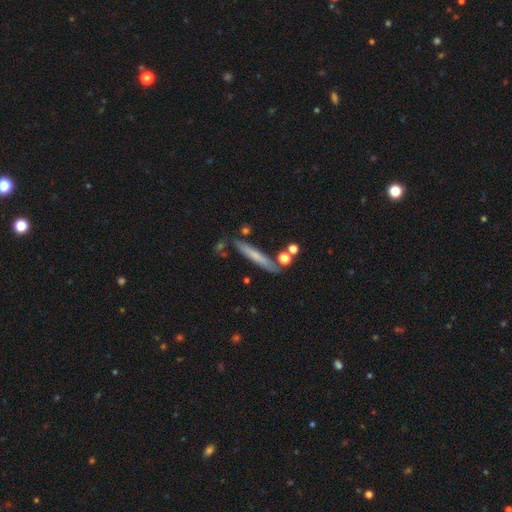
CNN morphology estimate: Smooth or featured? Predicted: smooth (p=0.58). How rounded? Predicted: cigar-shaped (p=0.93). Merging? Predicted: none (p=0.79).